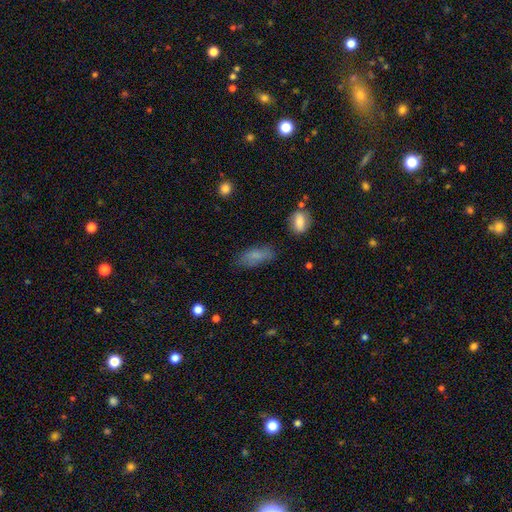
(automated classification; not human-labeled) This appears to be a smooth galaxy with no disk features (79%) that is in between round and cigar-shaped (79%). Merging: none (73%).